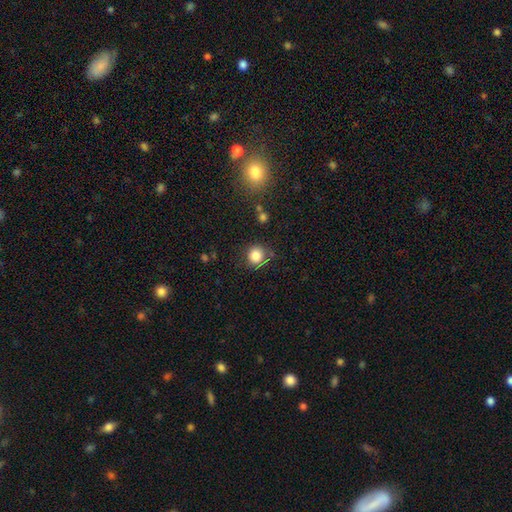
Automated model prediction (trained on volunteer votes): Q: Smooth or featured?
A: smooth (83%); runner-up: star or artifact (12%)
Q: How rounded?
A: round (89%); runner-up: in between (11%)
Q: Merging?
A: none (75%); runner-up: minor disturbance (16%)